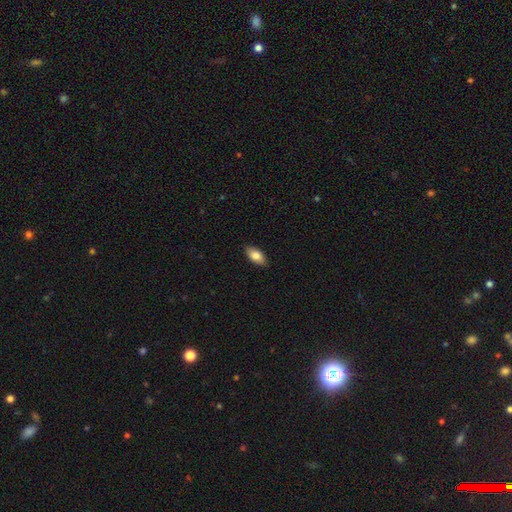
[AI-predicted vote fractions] Overall: smooth (81%). How rounded: in between (92%). Merging: none (88%).